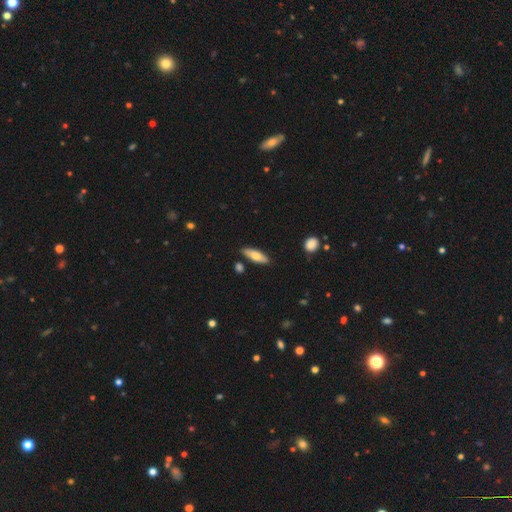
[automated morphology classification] Smooth or featured? Predicted: smooth (p=0.67). How rounded? Predicted: in between (p=0.53). Merging? Predicted: none (p=0.84).